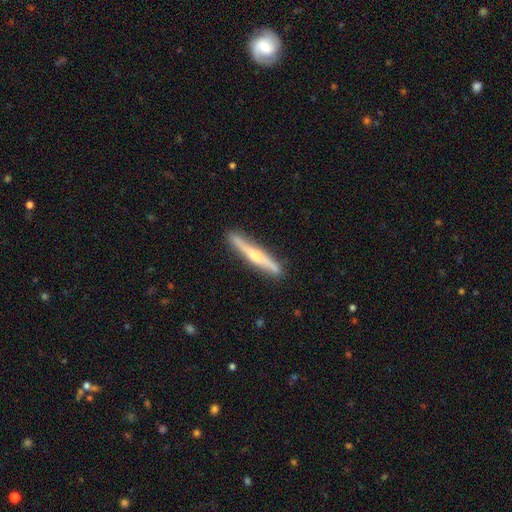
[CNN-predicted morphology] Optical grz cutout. It shows a featured or disk galaxy (63%) viewed edge-on (95%) with a rounded central bulge (74%). Merging: none (87%).